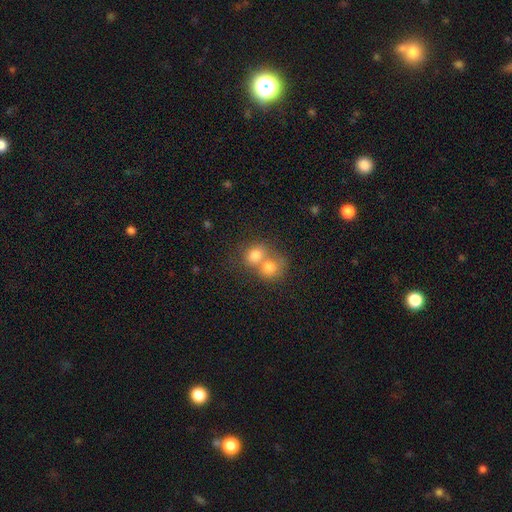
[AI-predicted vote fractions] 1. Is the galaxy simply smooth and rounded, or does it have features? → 75% smooth, 14% featured or disk, 11% star or artifact.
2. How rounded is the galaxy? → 65% round, 34% in between, 1% cigar-shaped.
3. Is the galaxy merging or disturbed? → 64% merger, 27% none, 6% minor disturbance, 3% major disturbance.